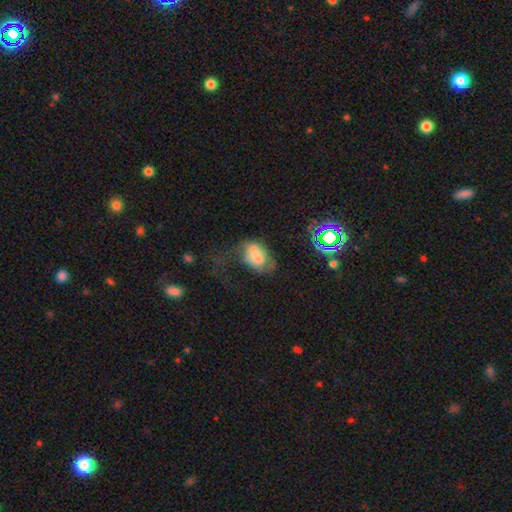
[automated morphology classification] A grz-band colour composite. It shows a smooth galaxy with no disk features (61%) that is in between round and cigar-shaped (85%). Merging: major disturbance (40%).